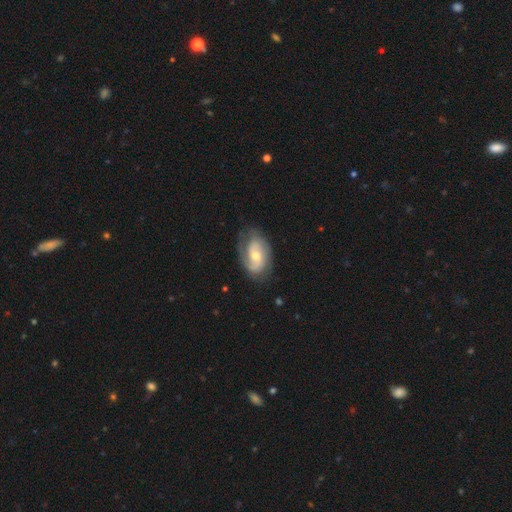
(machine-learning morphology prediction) Overall: featured or disk (75%). Edge-on disk: no (96%). Bar: no (59%; weak 34%). Spiral arms: yes (92%). Spiral arm count: 2 (66%). Spiral winding: medium (42%; tight 38%). Bulge size: moderate (49%; small 45%). Merging: none (69%).